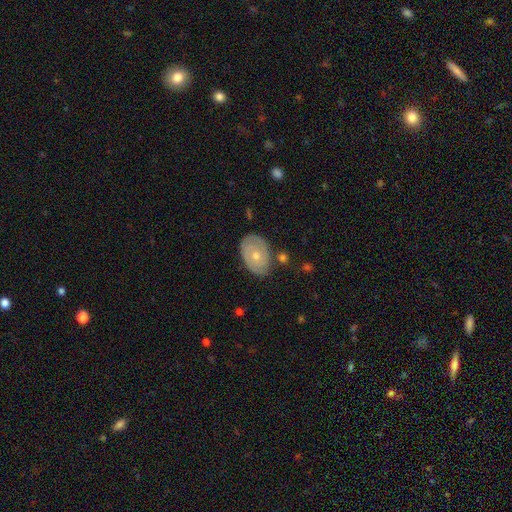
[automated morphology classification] Q: Smooth or featured?
A: featured or disk (55%); runner-up: smooth (38%)
Q: Edge-on disk?
A: no (94%); runner-up: yes (6%)
Q: Bar?
A: no (87%); runner-up: weak (11%)
Q: Spiral arms?
A: yes (53%); runner-up: no (47%)
Q: Bulge size?
A: moderate (51%); runner-up: small (46%)
Q: Merging?
A: none (73%); runner-up: minor disturbance (19%)